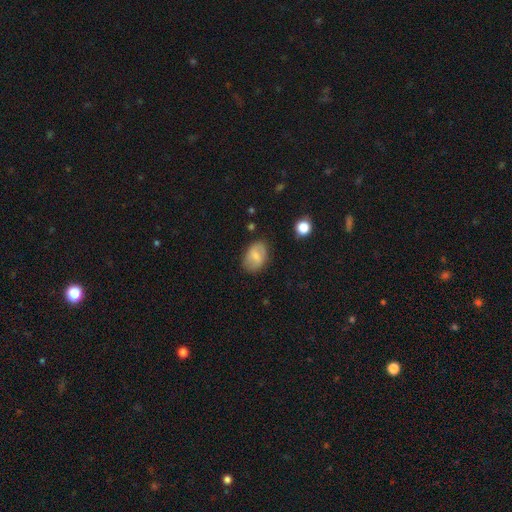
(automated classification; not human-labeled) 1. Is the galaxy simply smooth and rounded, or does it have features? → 66% smooth, 26% featured or disk, 8% star or artifact.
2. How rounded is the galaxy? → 84% in between, 14% round, 1% cigar-shaped.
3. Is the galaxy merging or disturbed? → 76% none, 18% minor disturbance, 5% major disturbance, 2% merger.